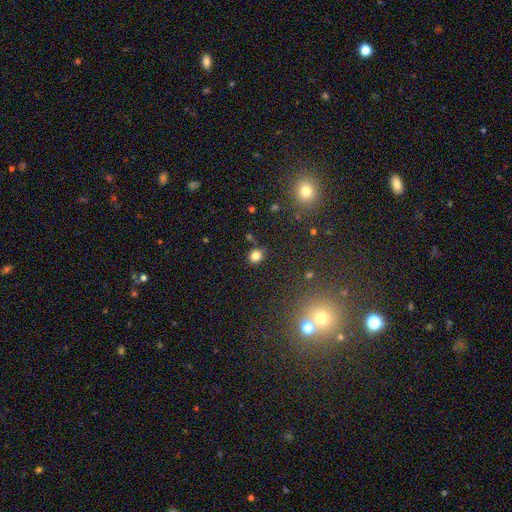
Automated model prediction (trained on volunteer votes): Smooth or featured?
  - smooth: 80% *
  - star or artifact: 14%
  - featured or disk: 6%
How rounded?
  - round: 65% *
  - in between: 34%
  - cigar-shaped: 1%
Merging?
  - none: 80% *
  - minor disturbance: 12%
  - merger: 4%
  - major disturbance: 3%